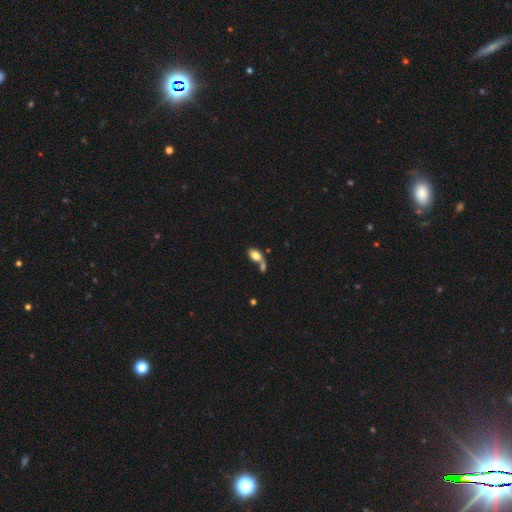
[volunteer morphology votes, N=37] Smooth or featured: smooth — 76% (featured or disk — 19%)
How rounded: in between — 89% (round — 7%)
Merging: merger — 57% (none — 31%)